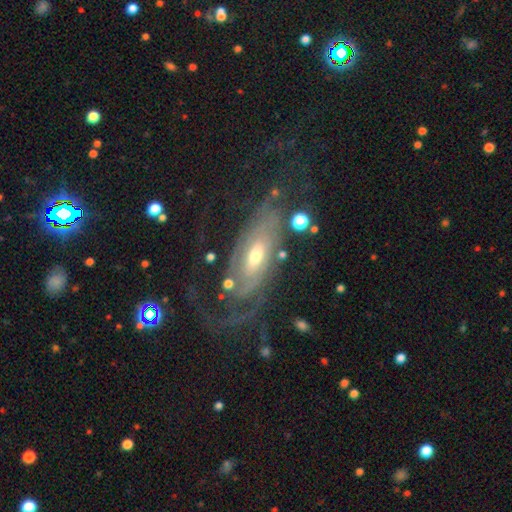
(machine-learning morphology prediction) A featured or disk galaxy (82%) with no bar (56%), tight (46%) spiral arms (88%) and a moderate central bulge (59%). Merging: none (56%).